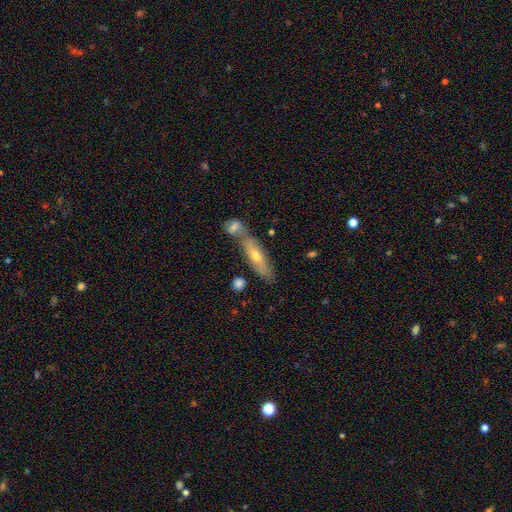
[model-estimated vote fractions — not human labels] Q: Smooth or featured?
A: featured or disk (52%); runner-up: smooth (40%)
Q: Edge-on disk?
A: yes (63%); runner-up: no (37%)
Q: Merging?
A: none (55%); runner-up: merger (31%)